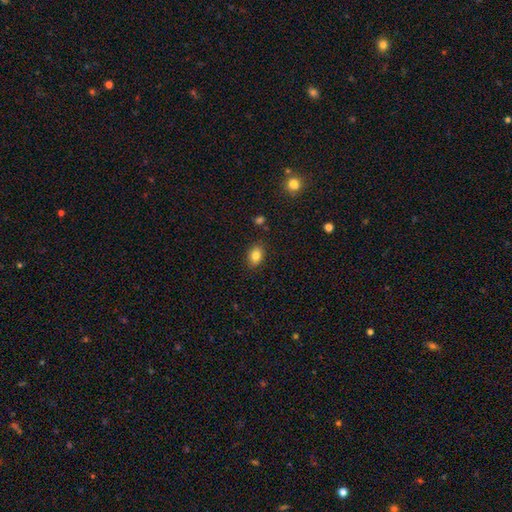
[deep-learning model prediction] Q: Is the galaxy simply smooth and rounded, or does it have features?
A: smooth — 83%.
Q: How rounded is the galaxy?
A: in between — 78%.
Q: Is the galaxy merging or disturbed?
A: none — 85%.